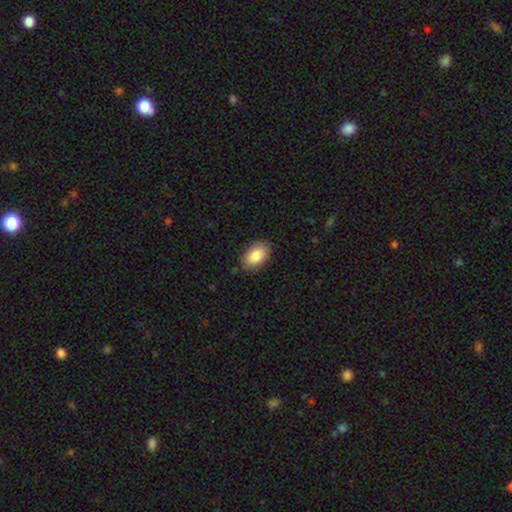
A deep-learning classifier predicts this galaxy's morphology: Smooth or featured?
  - smooth: 86% *
  - featured or disk: 7%
  - star or artifact: 7%
How rounded?
  - in between: 92% *
  - round: 7%
  - cigar-shaped: 1%
Merging?
  - none: 85% *
  - minor disturbance: 11%
  - major disturbance: 2%
  - merger: 1%